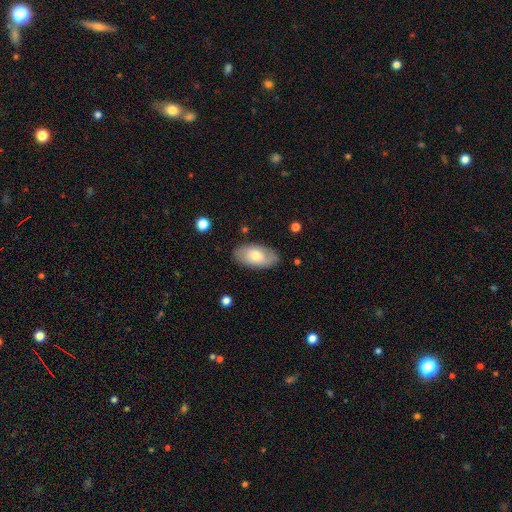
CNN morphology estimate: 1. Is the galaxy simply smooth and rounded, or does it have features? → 62% smooth, 32% featured or disk, 6% star or artifact.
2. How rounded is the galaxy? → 94% in between, 4% round, 2% cigar-shaped.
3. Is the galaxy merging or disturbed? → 82% none, 14% minor disturbance, 3% major disturbance, 1% merger.